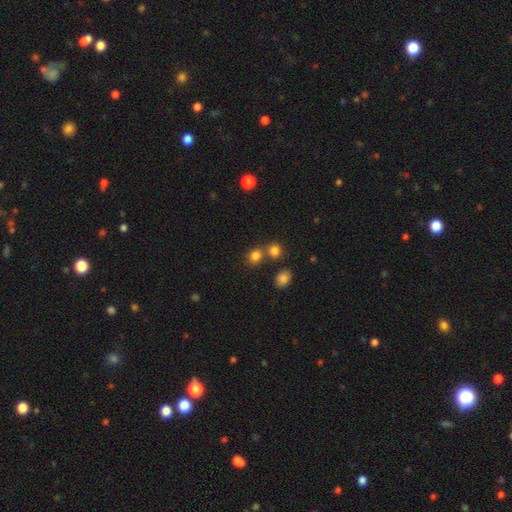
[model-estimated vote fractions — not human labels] Morphology: type=smooth (80%); roundness=round (80%); merging=none (62%).